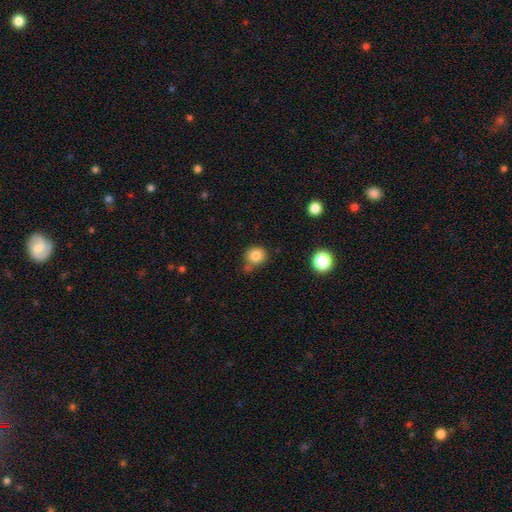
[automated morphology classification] smooth-or-featured: smooth: 83% | star or artifact: 11% | featured or disk: 6%
  how-rounded: round: 83% | in between: 16% | cigar-shaped: 1%
  merging: none: 67% | minor disturbance: 16% | merger: 12% | major disturbance: 4%